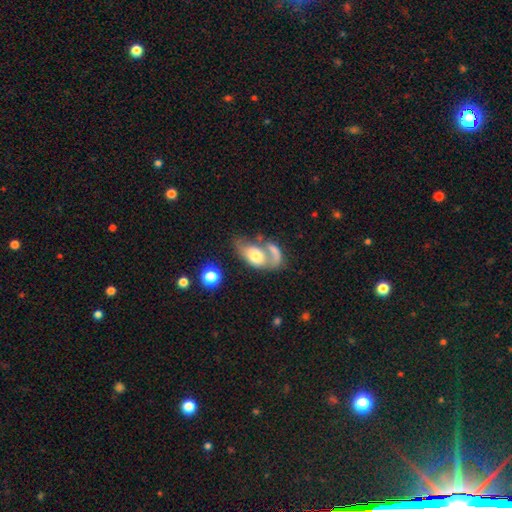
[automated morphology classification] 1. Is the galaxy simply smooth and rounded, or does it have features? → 53% smooth, 40% featured or disk, 7% star or artifact.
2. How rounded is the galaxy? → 86% in between, 11% round, 3% cigar-shaped.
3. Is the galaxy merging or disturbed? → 47% merger, 21% major disturbance, 20% none, 12% minor disturbance.